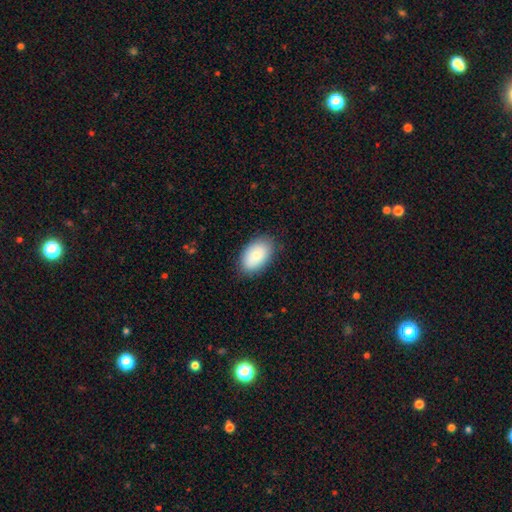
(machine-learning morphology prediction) A smooth galaxy with no disk features (83%) that is in between round and cigar-shaped (92%). Merging: none (84%).